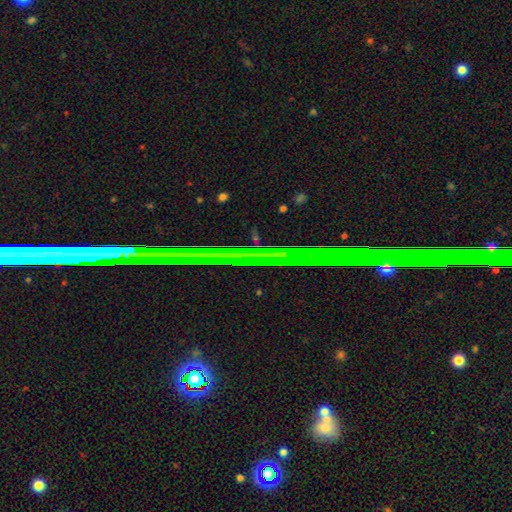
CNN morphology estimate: Overall: star or artifact (71%).